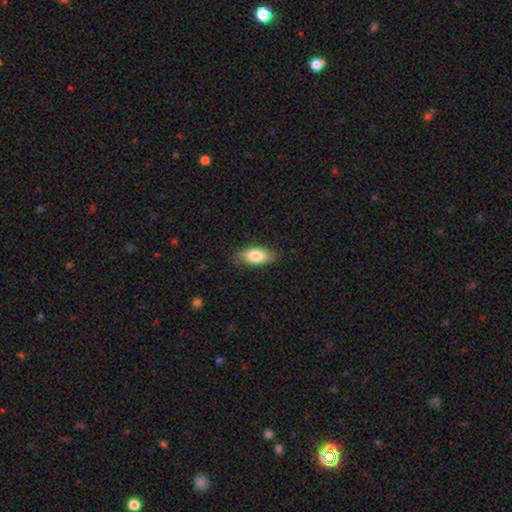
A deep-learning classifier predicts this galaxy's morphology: This appears to be a smooth galaxy with no disk features (82%) that is in between round and cigar-shaped (88%). Merging: none (84%).